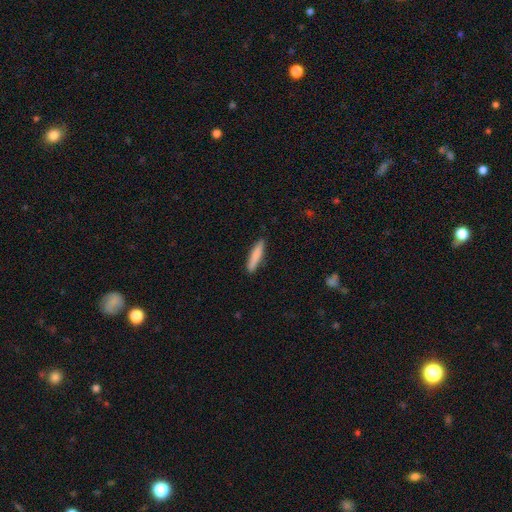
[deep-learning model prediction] This appears to be a smooth galaxy with no disk features (83%) that is cigar-shaped (87%). Merging: none (87%).